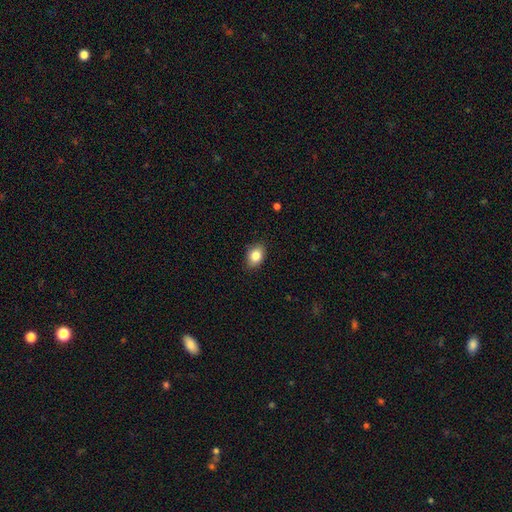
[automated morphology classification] This appears to be a smooth galaxy with no disk features (84%) that is in between round and cigar-shaped (76%). Merging: none (86%).